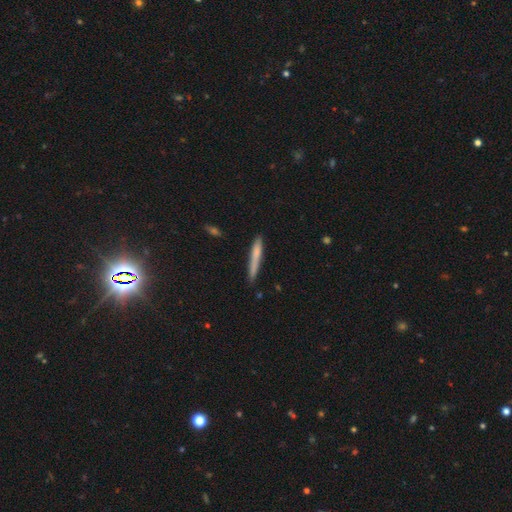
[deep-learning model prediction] This appears to be a smooth galaxy with no disk features (71%) that is cigar-shaped (95%). Merging: none (80%).